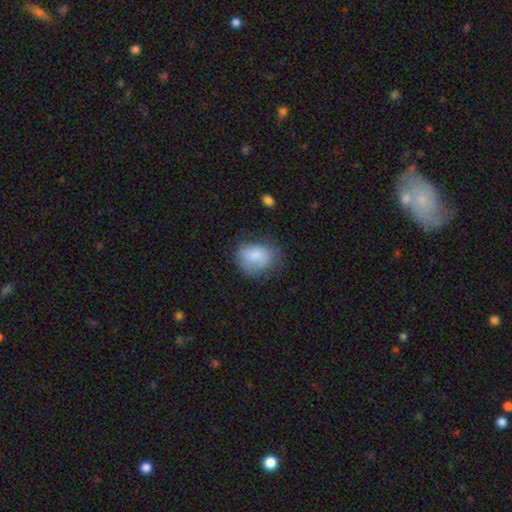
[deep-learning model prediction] smooth 78%, featured or disk 15%, star or artifact 8%. Down the decision tree: how rounded — in between (51%); merging — none (53%).